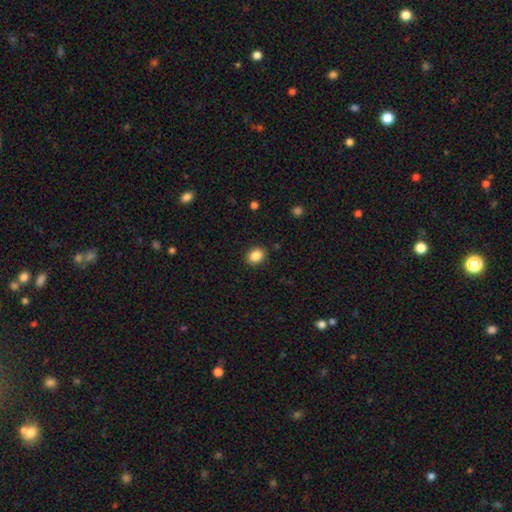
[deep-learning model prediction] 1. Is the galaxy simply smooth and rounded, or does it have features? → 87% smooth, 10% star or artifact, 4% featured or disk.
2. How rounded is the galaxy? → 54% in between, 45% round, 1% cigar-shaped.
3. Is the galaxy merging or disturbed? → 89% none, 8% minor disturbance, 2% major disturbance, 1% merger.